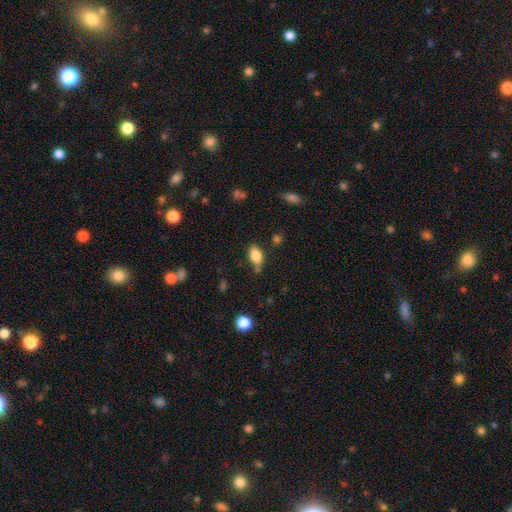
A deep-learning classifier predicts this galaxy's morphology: This appears to be a smooth galaxy with no disk features (85%) that is in between round and cigar-shaped (90%). Merging: none (69%).